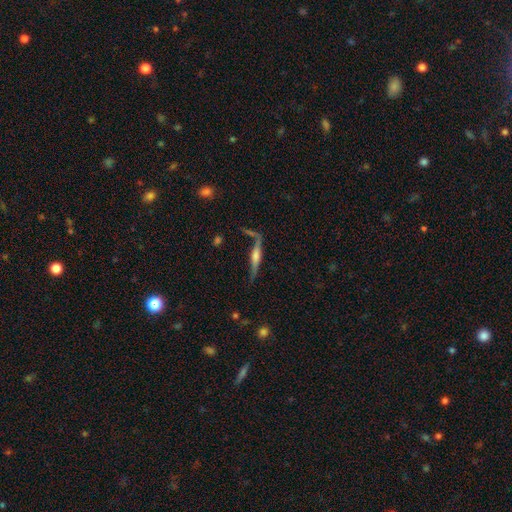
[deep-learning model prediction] The model was most divided on "smooth or featured": featured or disk: 69%, smooth: 24%, star or artifact: 7%. More confident: edge-on disk — yes (96%); edge-on bulge — rounded (73%); merging — none (69%).